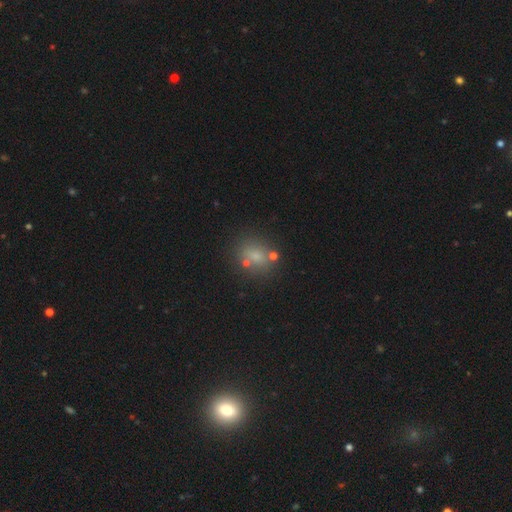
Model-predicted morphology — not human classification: smooth 65%, star or artifact 21%, featured or disk 14%. Down the decision tree: how rounded — round (71%); merging — none (72%).